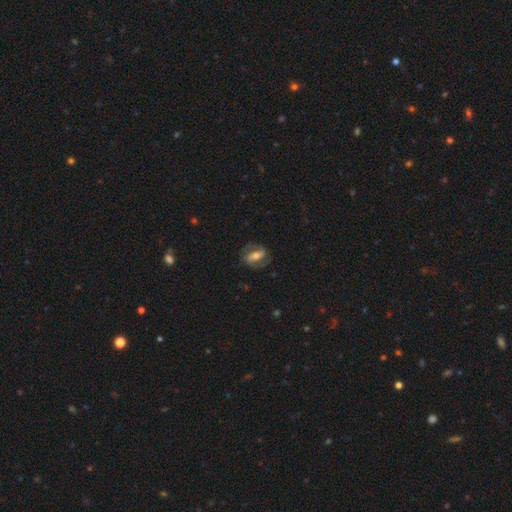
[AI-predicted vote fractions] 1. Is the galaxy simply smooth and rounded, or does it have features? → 76% featured or disk, 18% smooth, 6% star or artifact.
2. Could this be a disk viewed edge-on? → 95% no, 5% yes.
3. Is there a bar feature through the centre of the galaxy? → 55% strong, 28% weak, 17% no.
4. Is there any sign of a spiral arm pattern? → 88% yes, 12% no.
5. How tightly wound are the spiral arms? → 48% medium, 30% tight, 22% loose.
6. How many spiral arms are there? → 89% 2, 5% can't tell, 3% 1, 1% 3, 1% 4, 1% more than 4.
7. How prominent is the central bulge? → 60% moderate, 31% small, 6% large, 2% none, 1% dominant.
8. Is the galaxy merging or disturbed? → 77% none, 14% minor disturbance, 8% major disturbance, 1% merger.